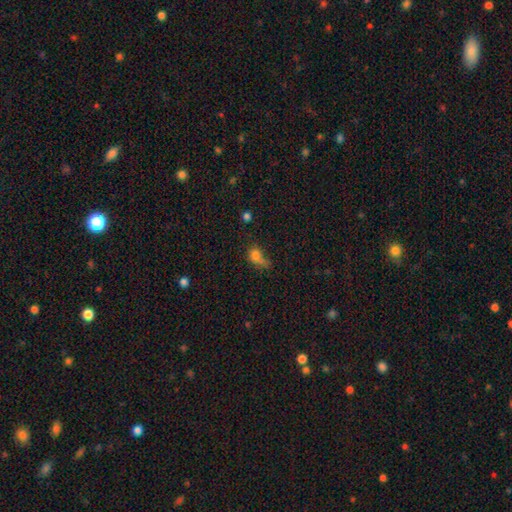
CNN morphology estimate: Smooth or featured? smooth (76%)
How rounded? round (53%)
Merging? none (29%)